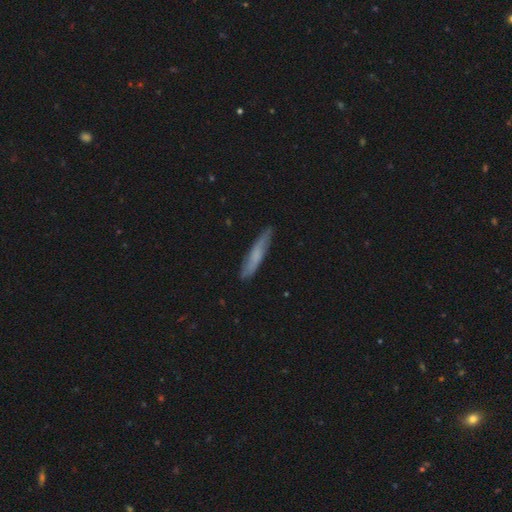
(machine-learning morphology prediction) This appears to be a smooth galaxy with no disk features (58%) that is cigar-shaped (90%). Merging: none (83%).